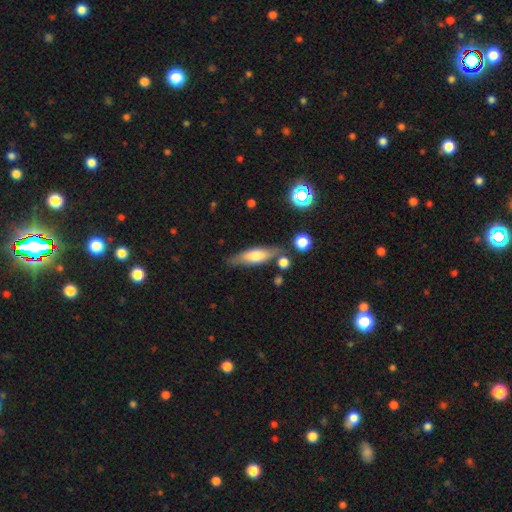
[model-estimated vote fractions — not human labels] A smooth galaxy with no disk features (55%) that is cigar-shaped (55%).

Vote fractions:
- Smooth or featured? smooth: 55% / featured or disk: 38% / star or artifact: 7%
- How rounded? cigar-shaped: 55% / in between: 42% / round: 3%
- Merging? none: 73% / minor disturbance: 15% / merger: 8% / major disturbance: 4%